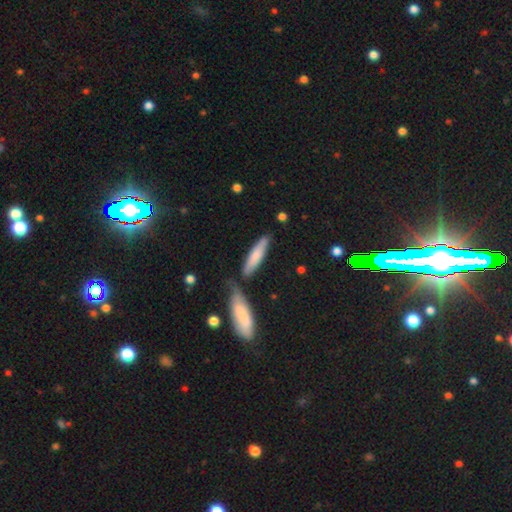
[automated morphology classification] This is likely a smooth galaxy (71%). How rounded: likely cigar-shaped (79%). Merging: likely none (69%).